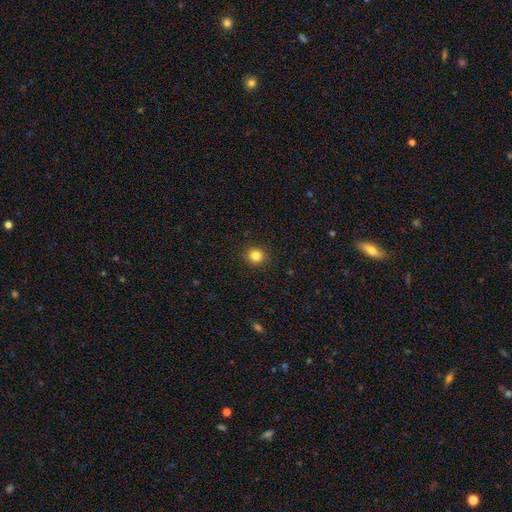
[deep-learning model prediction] This appears to be a smooth galaxy with no disk features (84%) that is round (90%). Merging: none (92%).